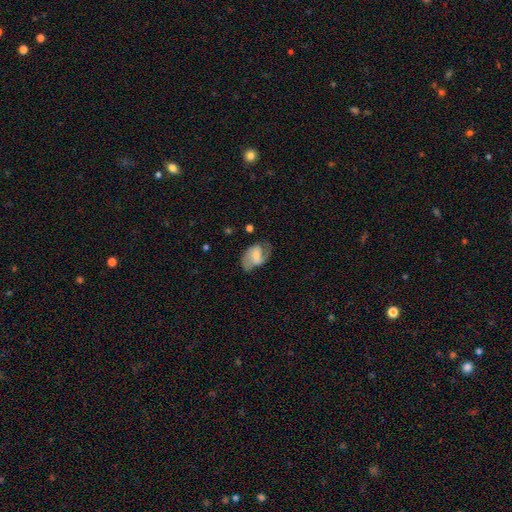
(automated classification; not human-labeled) smooth-or-featured: featured or disk: 63% | smooth: 30% | star or artifact: 7%
  disk-edge-on: no: 96% | yes: 4%
    bar: weak: 44% | strong: 28% | no: 27%
    has-spiral-arms: yes: 84% | no: 16%
      spiral-winding: medium: 46% | loose: 32% | tight: 22%
      spiral-arm-count: 2: 78% | can't tell: 10% | 1: 8% | 3: 1% | 4: 1% | more than 4: 1%
    bulge-size: small: 51% | moderate: 37% | none: 7% | large: 4% | dominant: 1%
  merging: none: 59% | minor disturbance: 25% | major disturbance: 14% | merger: 2%